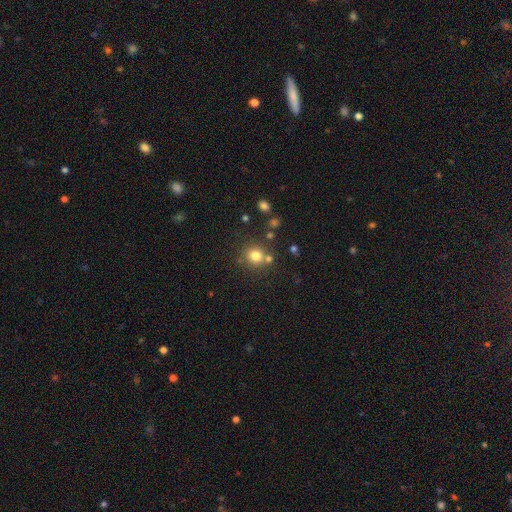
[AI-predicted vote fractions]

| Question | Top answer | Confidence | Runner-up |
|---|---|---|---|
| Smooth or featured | smooth | 77% | star or artifact (14%) |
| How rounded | round | 86% | in between (13%) |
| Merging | none | 72% | merger (15%) |